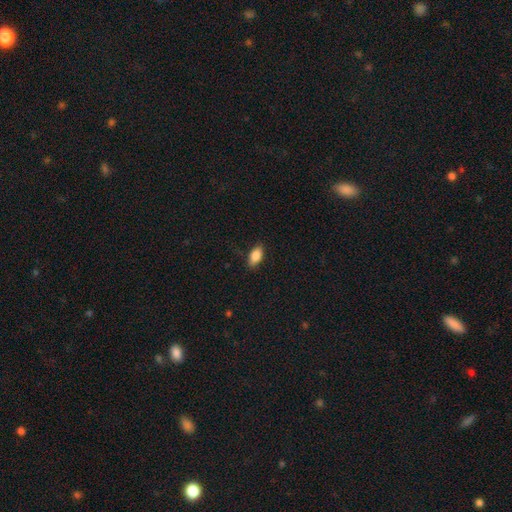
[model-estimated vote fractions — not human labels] A smooth galaxy with no disk features (86%) that is in between round and cigar-shaped (90%). Merging: none (85%).